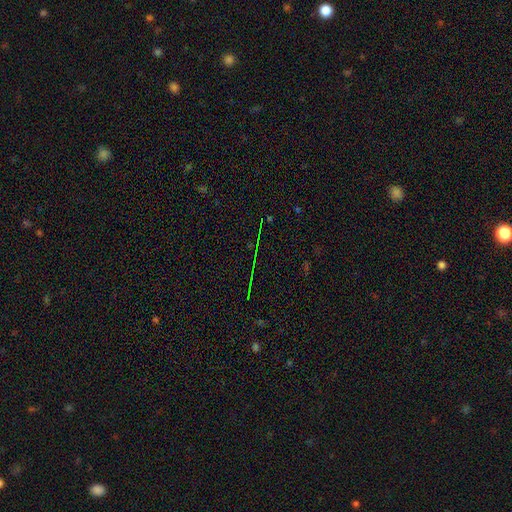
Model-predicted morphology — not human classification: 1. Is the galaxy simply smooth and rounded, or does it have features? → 74% star or artifact, 14% smooth, 11% featured or disk.